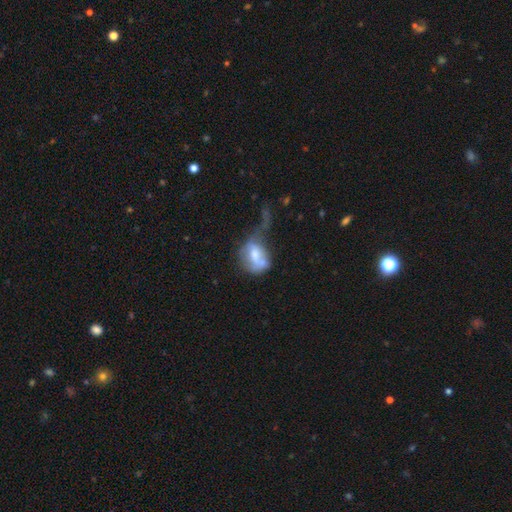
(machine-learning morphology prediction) type=smooth (48%); merging=major disturbance (39%).